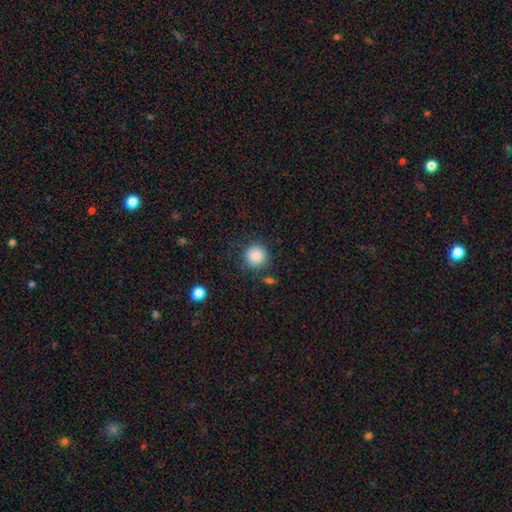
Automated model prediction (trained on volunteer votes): Q: Smooth or featured?
A: smooth (86%); runner-up: star or artifact (9%)
Q: How rounded?
A: round (94%); runner-up: in between (5%)
Q: Merging?
A: none (82%); runner-up: minor disturbance (11%)